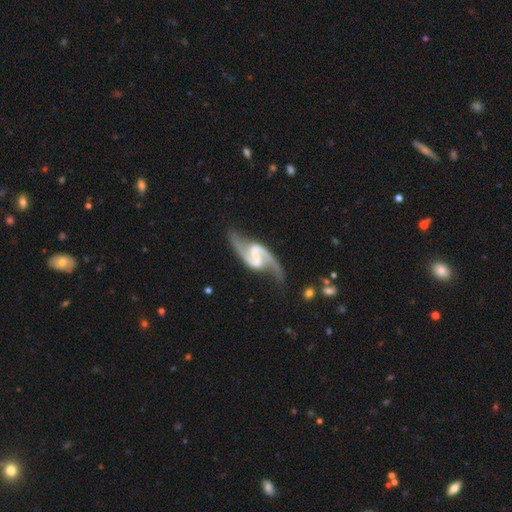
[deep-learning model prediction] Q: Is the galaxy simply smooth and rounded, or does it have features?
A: featured or disk — 92%.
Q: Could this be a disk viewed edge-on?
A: no — 98%.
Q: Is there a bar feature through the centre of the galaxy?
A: weak — 44%.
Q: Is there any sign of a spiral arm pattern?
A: yes — 98%.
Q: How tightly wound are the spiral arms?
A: loose — 59%.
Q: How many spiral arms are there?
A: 2 — 94%.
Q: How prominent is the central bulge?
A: none — 57%.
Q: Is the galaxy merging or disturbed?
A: none — 72%.